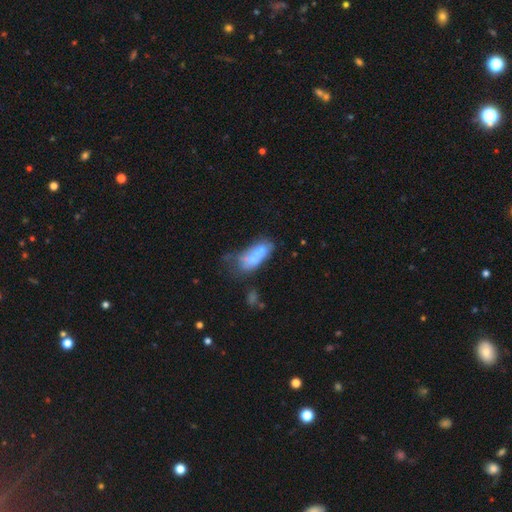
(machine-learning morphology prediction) type=smooth (50%); merging=merger (56%).